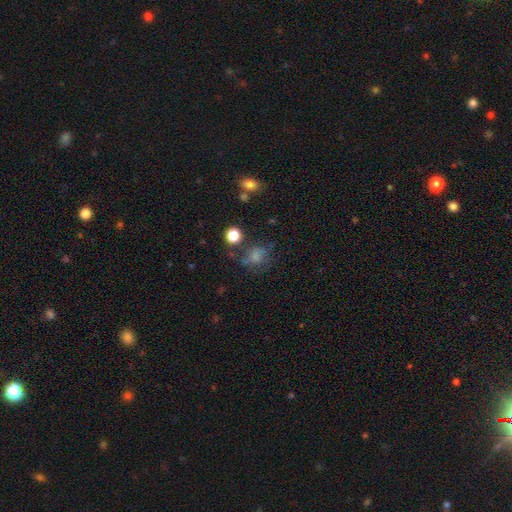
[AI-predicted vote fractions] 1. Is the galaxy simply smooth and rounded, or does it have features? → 67% smooth, 17% star or artifact, 16% featured or disk.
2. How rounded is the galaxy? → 61% round, 38% in between, 1% cigar-shaped.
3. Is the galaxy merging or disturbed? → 50% none, 23% minor disturbance, 20% major disturbance, 8% merger.